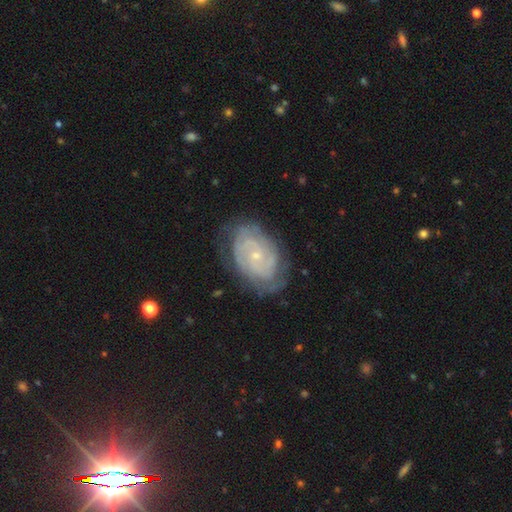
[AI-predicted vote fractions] The model was most divided on "spiral arm count": can't tell: 36%, 2: 32%, 3: 14%, 4: 8%, more than 4: 5%, 1: 5%. More confident: edge-on disk — no (97%); spiral arms — yes (93%); smooth or featured — featured or disk (81%); bulge size — small (80%); merging — none (76%); spiral winding — tight (75%); bar — no (75%).